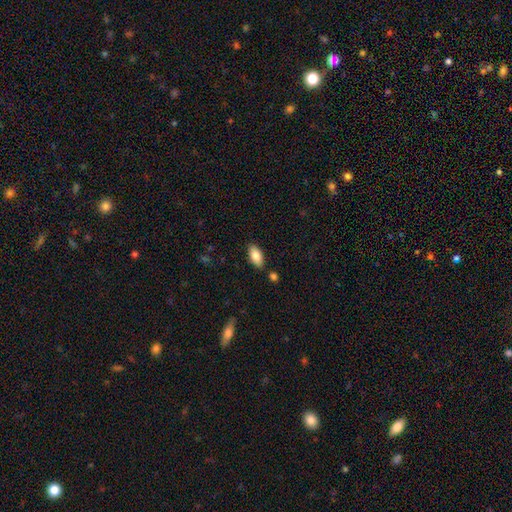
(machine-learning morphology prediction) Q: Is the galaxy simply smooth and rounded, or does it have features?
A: smooth — 84%.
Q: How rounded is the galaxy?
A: in between — 93%.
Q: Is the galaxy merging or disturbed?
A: none — 84%.